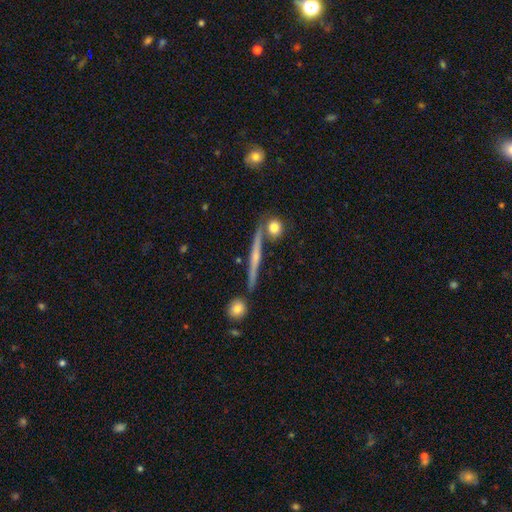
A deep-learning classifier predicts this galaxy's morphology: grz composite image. It shows a featured or disk galaxy (38%). Merging: none (53%).